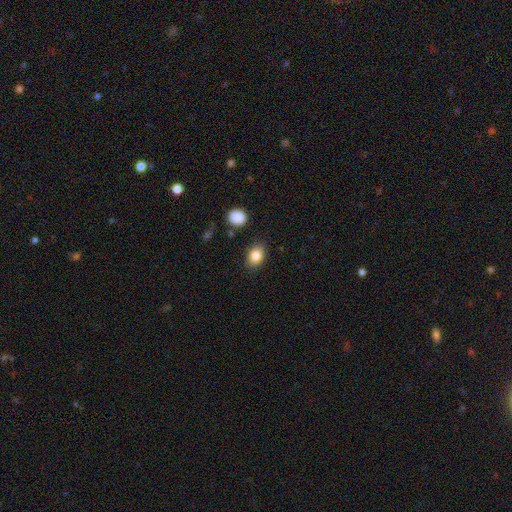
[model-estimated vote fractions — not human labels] Q: Smooth or featured?
A: smooth (84%); runner-up: star or artifact (9%)
Q: How rounded?
A: in between (74%); runner-up: round (25%)
Q: Merging?
A: none (84%); runner-up: minor disturbance (11%)